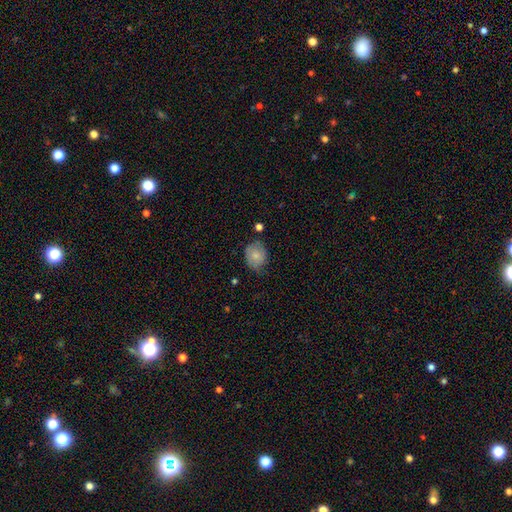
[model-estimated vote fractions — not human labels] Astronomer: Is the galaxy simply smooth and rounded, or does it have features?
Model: smooth — 79%.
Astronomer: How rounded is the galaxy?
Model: round — 60% (runner-up: in between, 39%).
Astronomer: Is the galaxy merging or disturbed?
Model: none — 62%.